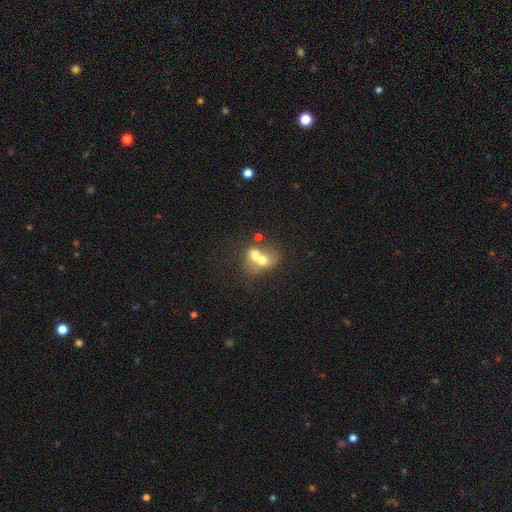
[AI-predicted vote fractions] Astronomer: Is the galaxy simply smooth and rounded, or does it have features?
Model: smooth — 60%.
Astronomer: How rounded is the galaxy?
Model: round — 56% (runner-up: in between, 43%).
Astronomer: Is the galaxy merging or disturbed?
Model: merger — 73%.